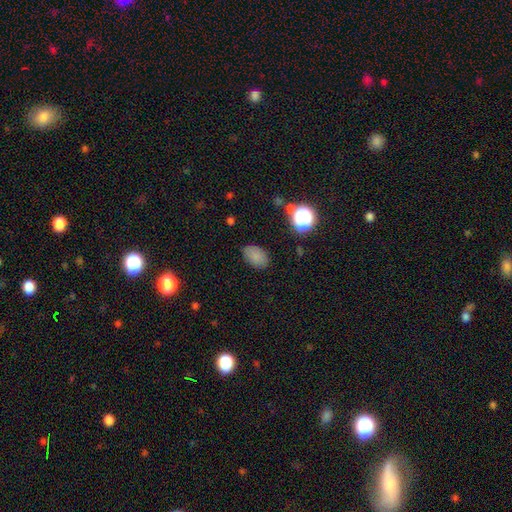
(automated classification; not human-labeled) smooth_or_featured: smooth (p=0.81) [alt: star or artifact p=0.13]
how_rounded: in between (p=0.86) [alt: round p=0.12]
merging: none (p=0.79) [alt: minor disturbance p=0.15]